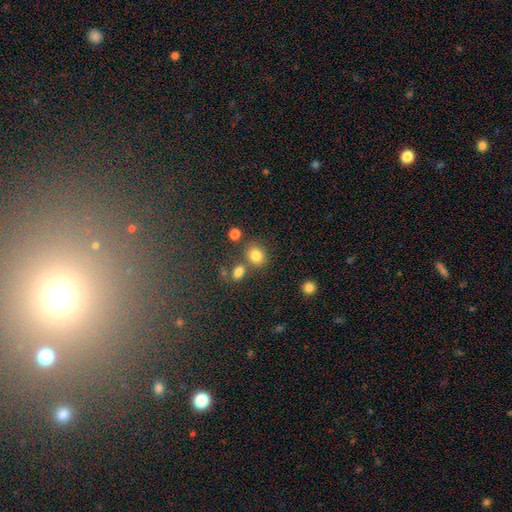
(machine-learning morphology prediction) smooth_or_featured: smooth (p=0.80) [alt: star or artifact p=0.13]
how_rounded: round (p=0.66) [alt: in between p=0.33]
merging: none (p=0.66) [alt: merger p=0.19]